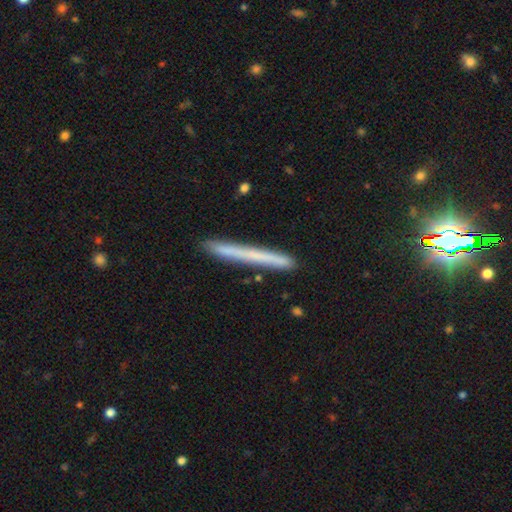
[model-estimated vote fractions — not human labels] smooth-or-featured: smooth: 48% | featured or disk: 38% | star or artifact: 13%
  merging: none: 85% | minor disturbance: 11% | merger: 2% | major disturbance: 2%